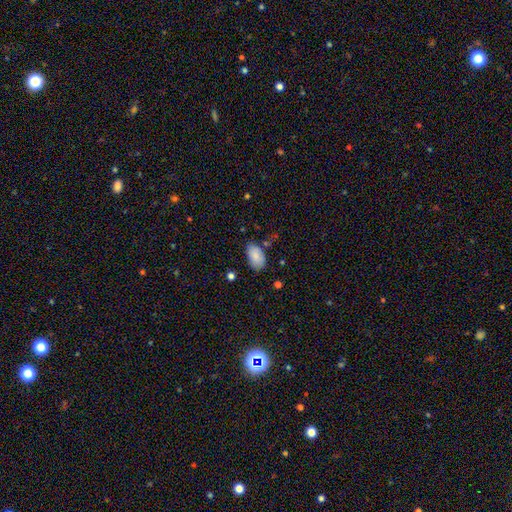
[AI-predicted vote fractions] Q: Smooth or featured?
A: smooth (86%); runner-up: featured or disk (7%)
Q: How rounded?
A: in between (94%); runner-up: round (5%)
Q: Merging?
A: none (69%); runner-up: minor disturbance (23%)